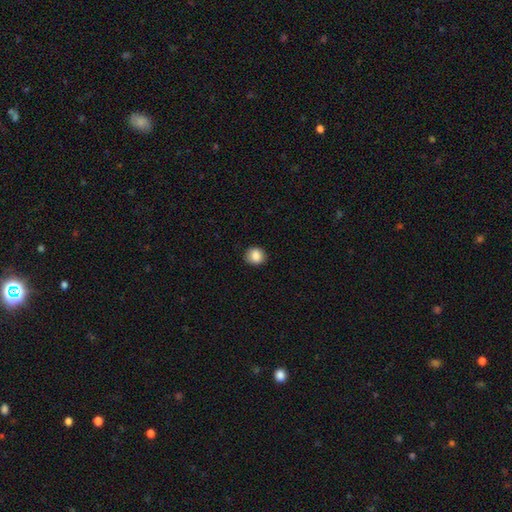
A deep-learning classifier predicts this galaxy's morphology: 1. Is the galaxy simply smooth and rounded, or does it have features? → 86% smooth, 9% star or artifact, 5% featured or disk.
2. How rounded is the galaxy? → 80% round, 19% in between, 1% cigar-shaped.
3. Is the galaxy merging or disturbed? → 87% none, 10% minor disturbance, 2% major disturbance, 1% merger.